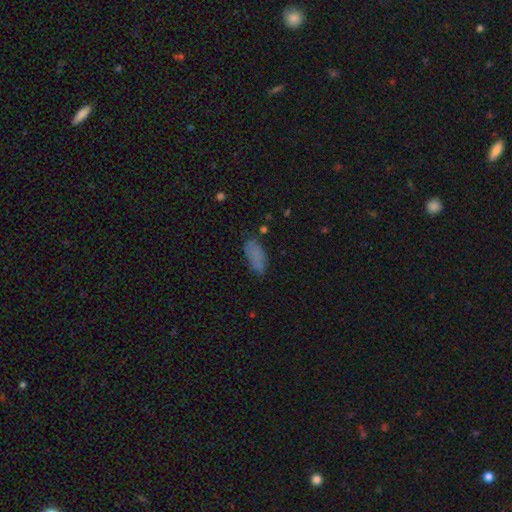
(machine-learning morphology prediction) Overall: smooth (79%). How rounded: in between (83%). Merging: none (71%).